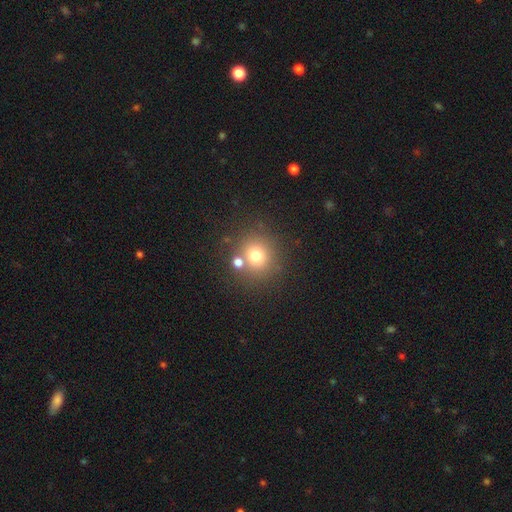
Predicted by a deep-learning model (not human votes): A smooth galaxy with no disk features (72%) that is round (88%). Merging: none (71%).